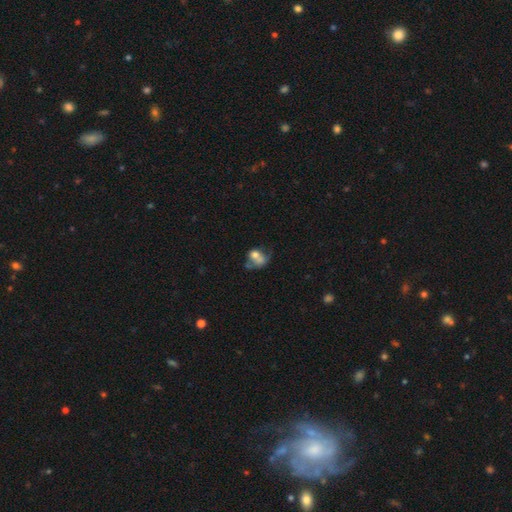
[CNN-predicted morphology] Smooth or featured? Predicted: smooth (p=0.57). How rounded? Predicted: round (p=0.50). Merging? Predicted: merger (p=0.47).